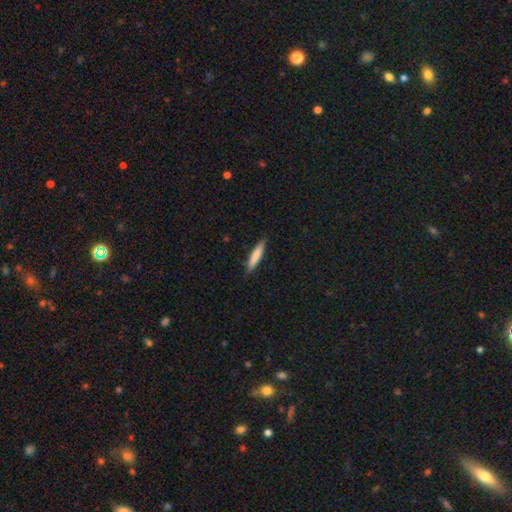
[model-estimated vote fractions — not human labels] Smooth or featured? smooth (80%)
How rounded? cigar-shaped (88%)
Merging? none (87%)